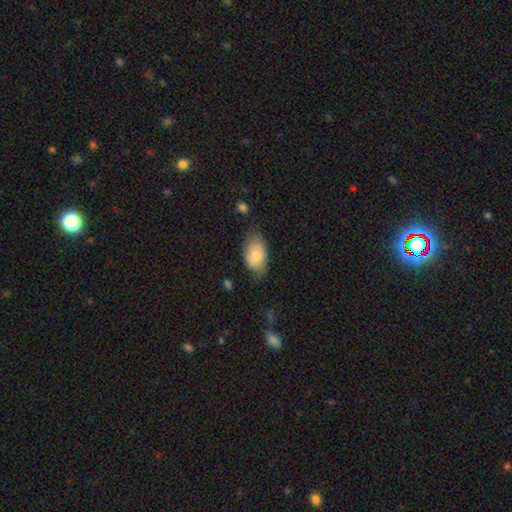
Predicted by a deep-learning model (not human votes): smooth_or_featured: smooth (p=0.74) [alt: featured or disk p=0.20]
how_rounded: in between (p=0.91) [alt: round p=0.07]
merging: none (p=0.65) [alt: minor disturbance p=0.27]